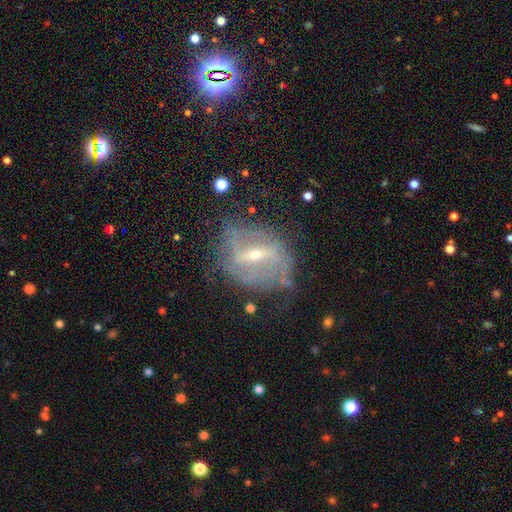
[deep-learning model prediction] featured or disk 80%, smooth 11%, star or artifact 9%. Down the decision tree: edge-on disk — no (91%); bar — strong (53%); spiral arms — yes (73%); spiral arm count — 2 (56%); spiral winding — medium (36%); bulge size — small (60%); merging — none (62%).